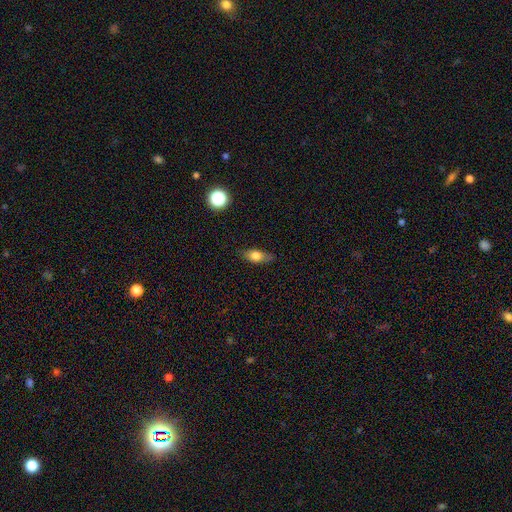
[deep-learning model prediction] A smooth galaxy with no disk features (73%) that is in between round and cigar-shaped (75%).

Vote fractions:
- Smooth or featured? smooth: 73% / featured or disk: 18% / star or artifact: 9%
- How rounded? in between: 75% / cigar-shaped: 16% / round: 9%
- Merging? none: 78% / minor disturbance: 18% / major disturbance: 3% / merger: 1%